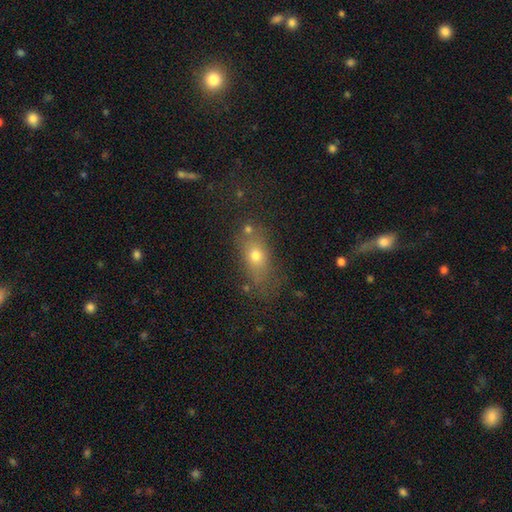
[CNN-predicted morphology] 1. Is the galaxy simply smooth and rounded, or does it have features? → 68% smooth, 17% featured or disk, 15% star or artifact.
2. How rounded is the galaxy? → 67% in between, 23% round, 10% cigar-shaped.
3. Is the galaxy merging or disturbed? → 62% none, 20% minor disturbance, 10% major disturbance, 8% merger.